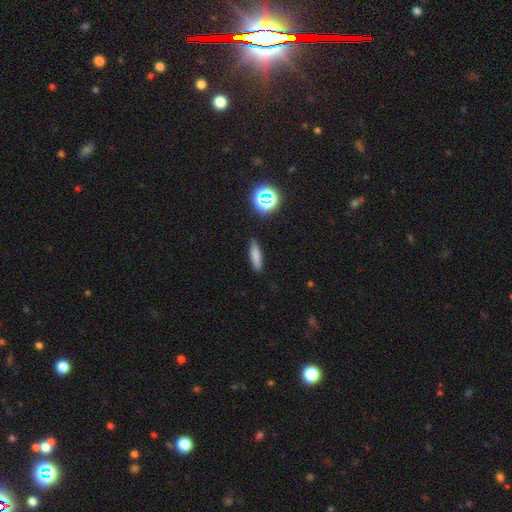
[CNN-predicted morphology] Smooth or featured? smooth (76%)
How rounded? cigar-shaped (70%)
Merging? none (85%)